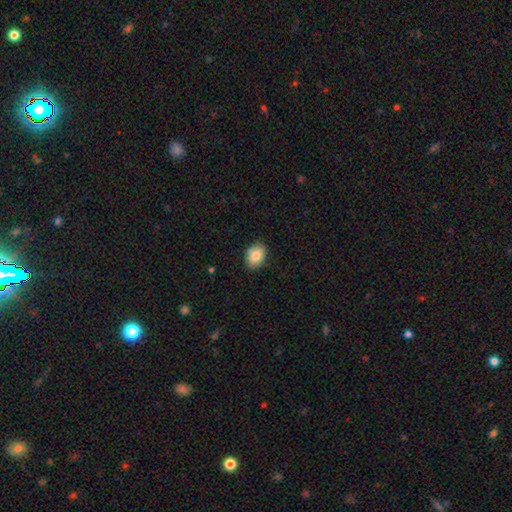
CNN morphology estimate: The model was most divided on "how rounded": in between: 76%, round: 23%, cigar-shaped: 1%. More confident: merging — none (85%); smooth or featured — smooth (84%).